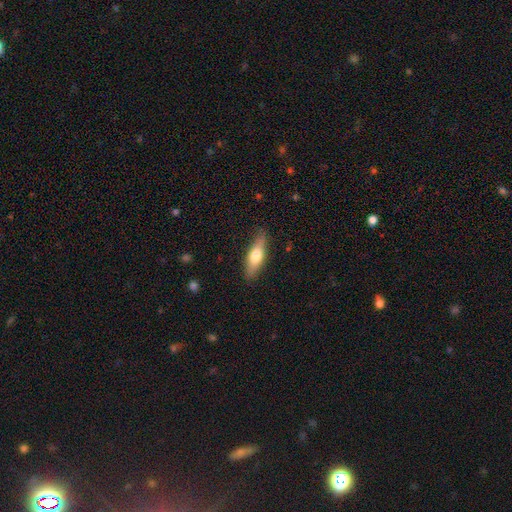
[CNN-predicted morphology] The model was most divided on "how rounded": cigar-shaped: 56%, in between: 42%, round: 2%. More confident: merging — none (86%); smooth or featured — smooth (59%).